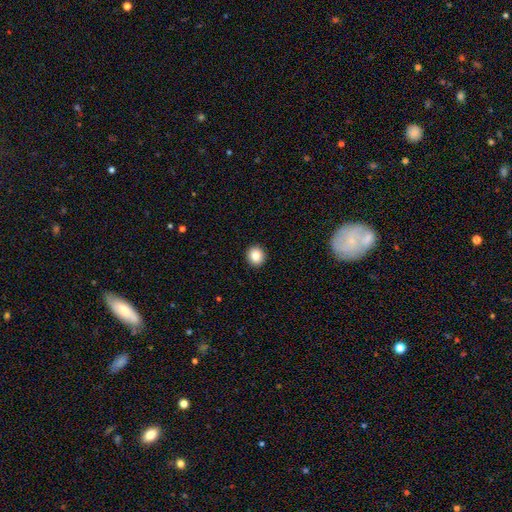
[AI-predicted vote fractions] Smooth or featured? Predicted: smooth (p=0.84). How rounded? Predicted: round (p=0.89). Merging? Predicted: none (p=0.93).